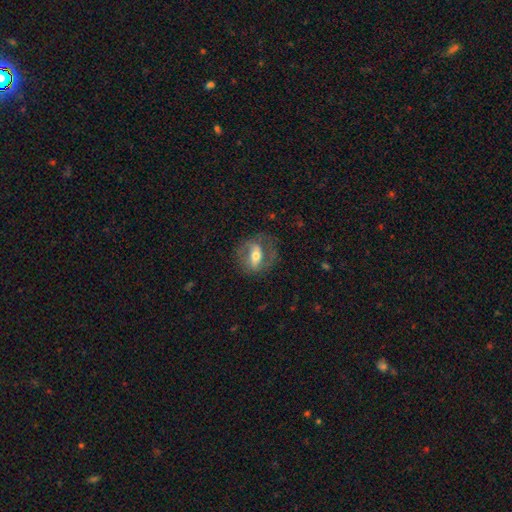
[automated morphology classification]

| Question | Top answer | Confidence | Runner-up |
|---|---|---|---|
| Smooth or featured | featured or disk | 64% | smooth (29%) |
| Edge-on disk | no | 86% | yes (14%) |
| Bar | strong | 49% | weak (30%) |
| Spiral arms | yes | 63% | no (37%) |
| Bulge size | moderate | 67% | small (19%) |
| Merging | none | 65% | minor disturbance (18%) |